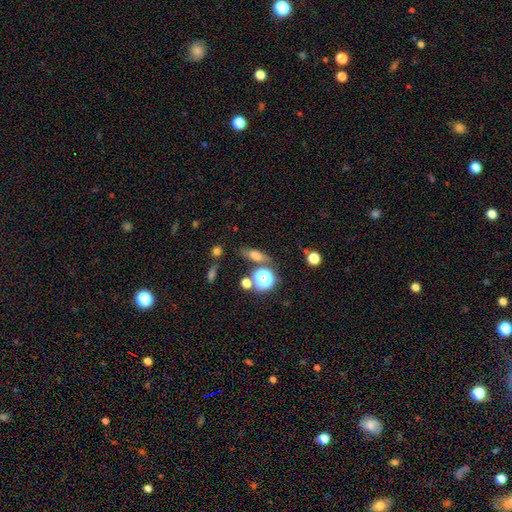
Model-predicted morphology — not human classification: smooth-or-featured: smooth: 54% | featured or disk: 26% | star or artifact: 21%
  how-rounded: in between: 43% | cigar-shaped: 33% | round: 24%
  merging: none: 73% | minor disturbance: 14% | merger: 8% | major disturbance: 5%